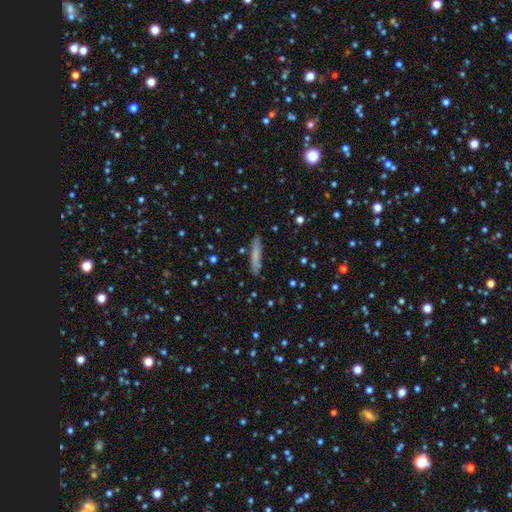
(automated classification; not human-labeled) Smooth or featured?
  - smooth: 74% *
  - featured or disk: 18%
  - star or artifact: 7%
How rounded?
  - cigar-shaped: 89% *
  - in between: 10%
  - round: 1%
Merging?
  - none: 85% *
  - minor disturbance: 11%
  - major disturbance: 2%
  - merger: 2%